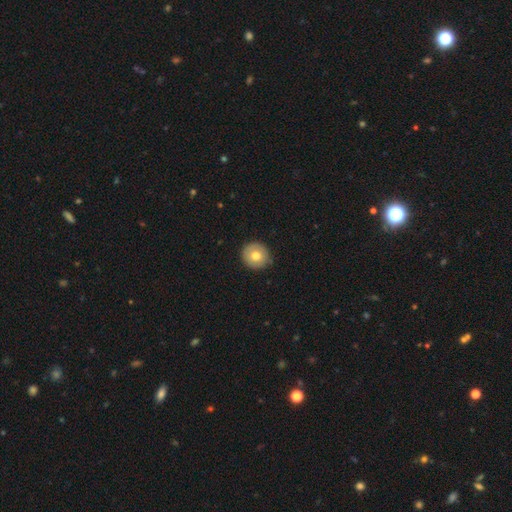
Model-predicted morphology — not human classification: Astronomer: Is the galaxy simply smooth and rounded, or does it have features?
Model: smooth — 73%.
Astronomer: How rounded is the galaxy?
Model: round — 91%.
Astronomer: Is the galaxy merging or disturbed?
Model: none — 88%.